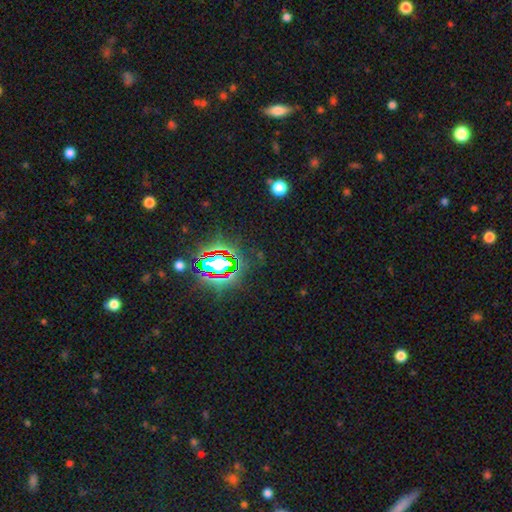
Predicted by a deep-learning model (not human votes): Smooth or featured? star or artifact (81%)